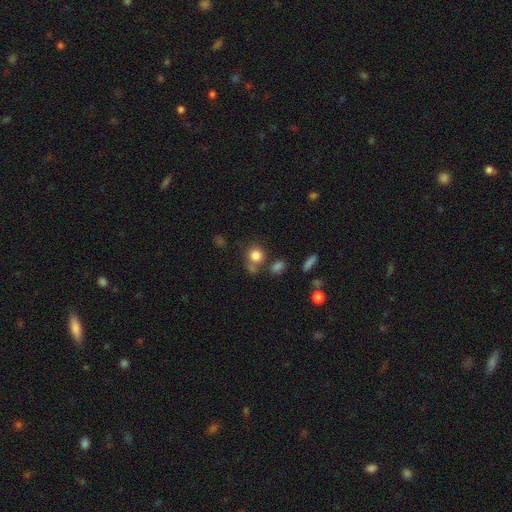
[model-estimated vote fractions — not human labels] Morphology: type=smooth (82%); roundness=round (80%); merging=none (59%).